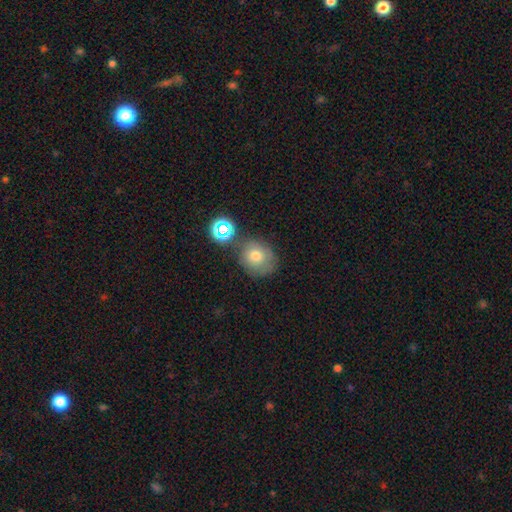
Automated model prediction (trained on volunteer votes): The model was most divided on "merging": none: 64%, minor disturbance: 18%, merger: 11%, major disturbance: 6%. More confident: how rounded — round (74%); smooth or featured — smooth (71%).